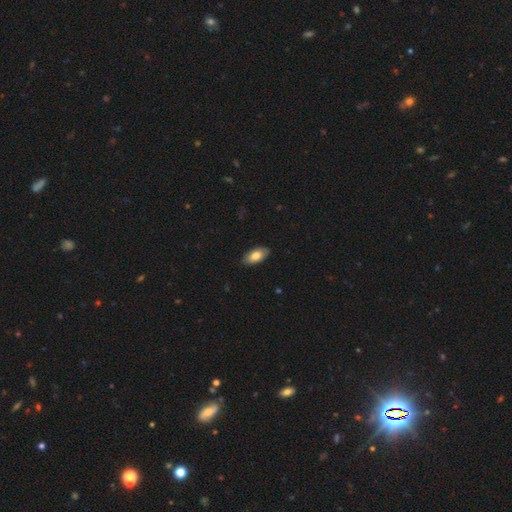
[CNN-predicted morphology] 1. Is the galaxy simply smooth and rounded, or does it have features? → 80% smooth, 14% featured or disk, 6% star or artifact.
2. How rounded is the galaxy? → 93% in between, 5% cigar-shaped, 2% round.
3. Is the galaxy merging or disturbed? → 86% none, 11% minor disturbance, 2% major disturbance, 1% merger.